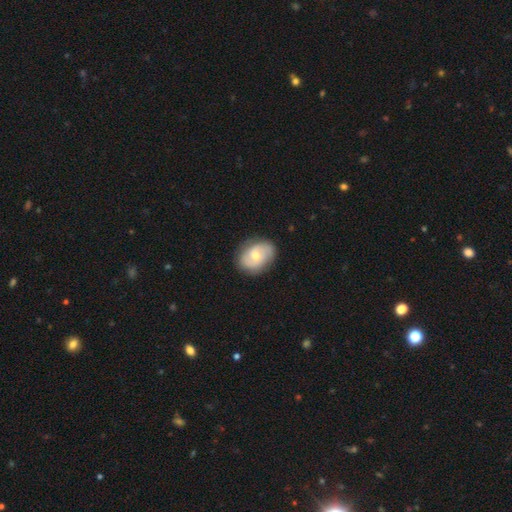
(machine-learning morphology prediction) Smooth or featured? featured or disk (55%)
Edge-on disk? no (96%)
Bar? no (68%)
Spiral arms? yes (77%)
Bulge size? moderate (60%)
Merging? none (81%)